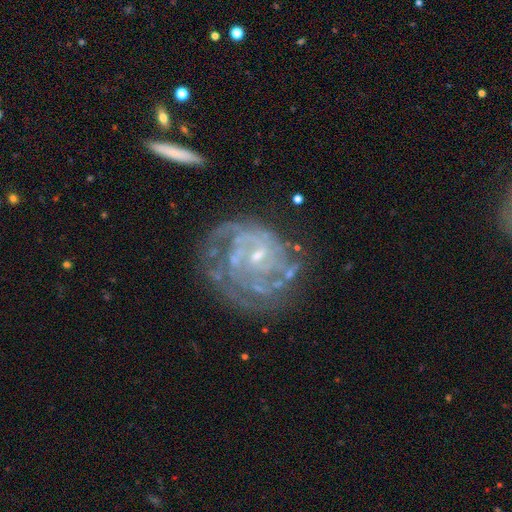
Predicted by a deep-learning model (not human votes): Smooth or featured? Predicted: featured or disk (p=0.85). Edge-on disk? Predicted: no (p=0.98). Bar? Predicted: no (p=0.58). Spiral arms? Predicted: yes (p=0.91). Spiral winding? Predicted: tight (p=0.64). Spiral arm count? Predicted: can't tell (p=0.36). Bulge size? Predicted: small (p=0.73). Merging? Predicted: none (p=0.59).